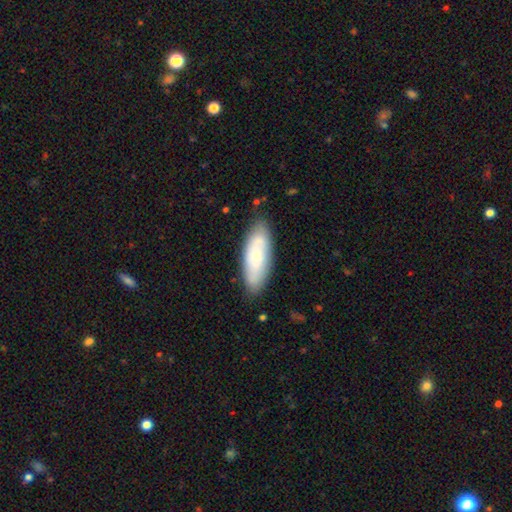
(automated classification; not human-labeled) smooth_or_featured: smooth (p=0.62) [alt: featured or disk p=0.32]
how_rounded: in between (p=0.68) [alt: cigar-shaped p=0.30]
merging: none (p=0.81) [alt: minor disturbance p=0.15]